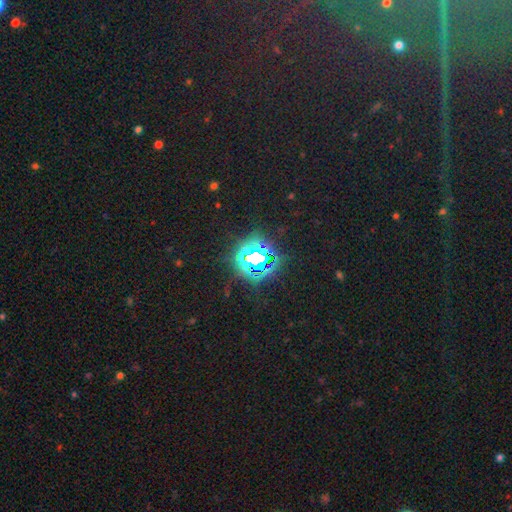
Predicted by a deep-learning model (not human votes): The model was most divided on "smooth or featured": star or artifact: 78%, smooth: 13%, featured or disk: 9%.